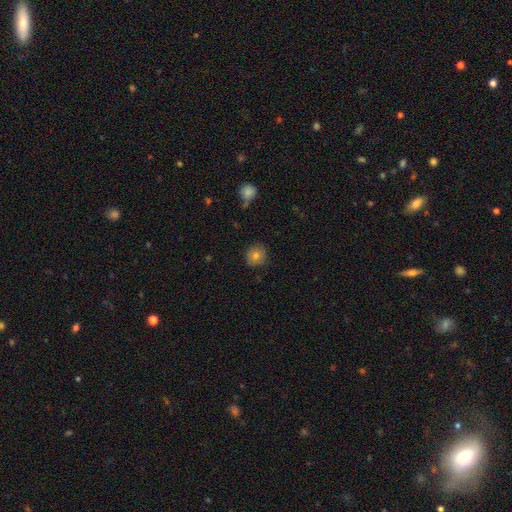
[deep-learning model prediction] Smooth or featured: smooth — 78% (featured or disk — 12%)
How rounded: round — 91% (in between — 8%)
Merging: none — 85% (minor disturbance — 11%)